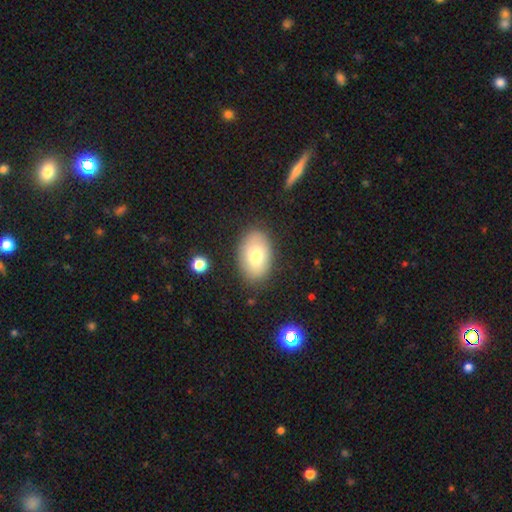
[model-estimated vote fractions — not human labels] This is likely a smooth galaxy (75%). How rounded: clearly in between (89%). Merging: clearly none (84%).